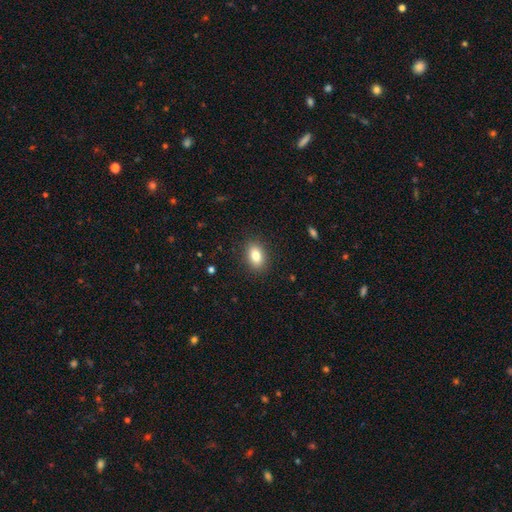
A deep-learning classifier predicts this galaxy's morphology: smooth_or_featured: smooth (p=0.82) [alt: star or artifact p=0.09]
how_rounded: in between (p=0.81) [alt: round p=0.17]
merging: none (p=0.88) [alt: minor disturbance p=0.08]